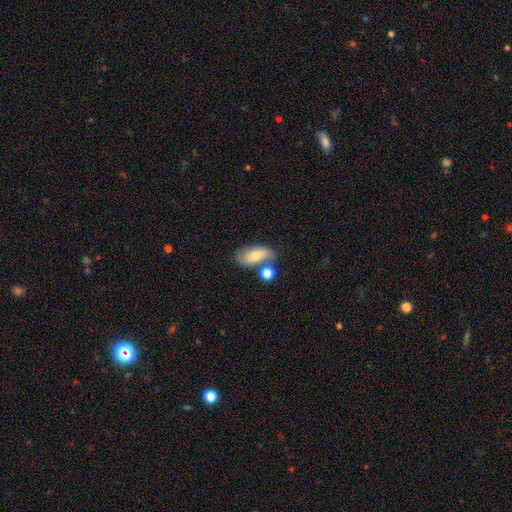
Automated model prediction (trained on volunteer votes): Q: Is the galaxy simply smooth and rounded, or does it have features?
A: smooth — 68%.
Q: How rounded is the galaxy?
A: in between — 87%.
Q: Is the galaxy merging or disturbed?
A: none — 53%.